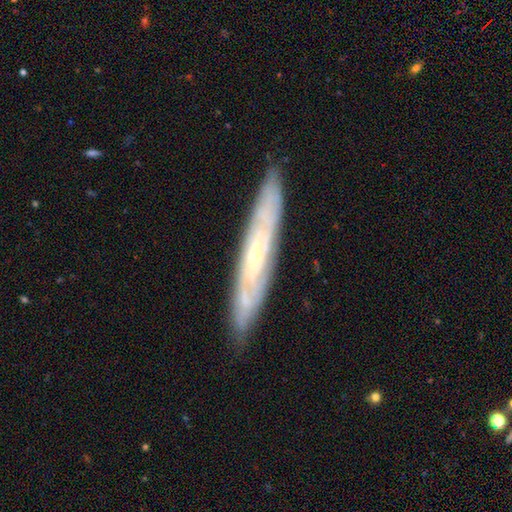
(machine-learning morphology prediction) Smooth or featured: featured or disk — 74% (smooth — 20%)
Edge-on disk: yes — 54% (no — 46%)
Merging: none — 85% (minor disturbance — 11%)